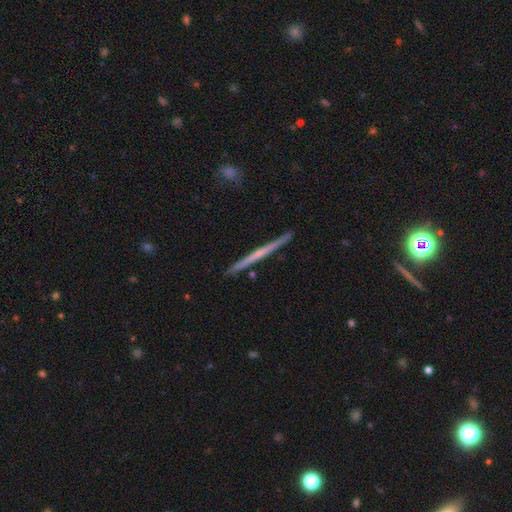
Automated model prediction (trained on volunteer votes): A featured or disk galaxy (67%) viewed edge-on (98%) with no central bulge (63%). Merging: none (92%).